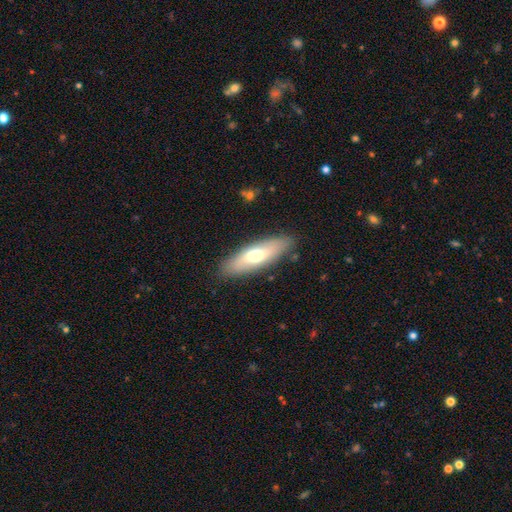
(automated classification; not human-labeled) The model was most divided on "how rounded": in between: 57%, cigar-shaped: 41%, round: 2%. More confident: merging — none (86%); smooth or featured — smooth (62%).